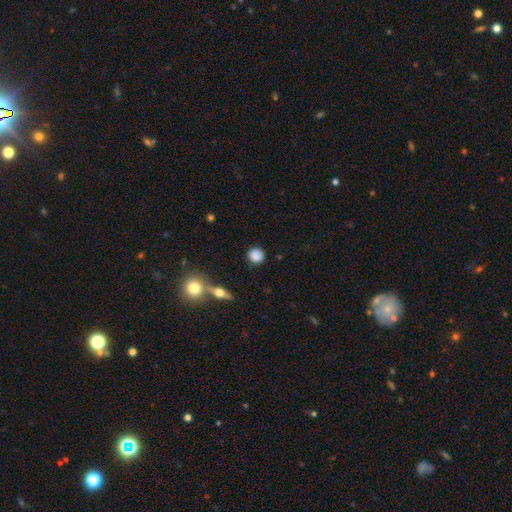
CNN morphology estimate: A smooth galaxy with no disk features (85%) that is round (88%). Merging: none (85%).